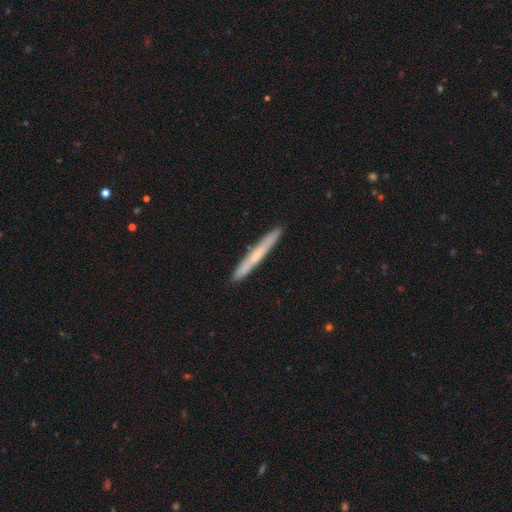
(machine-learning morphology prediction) A smooth galaxy with no disk features (53%) that is cigar-shaped (97%). Merging: none (91%).